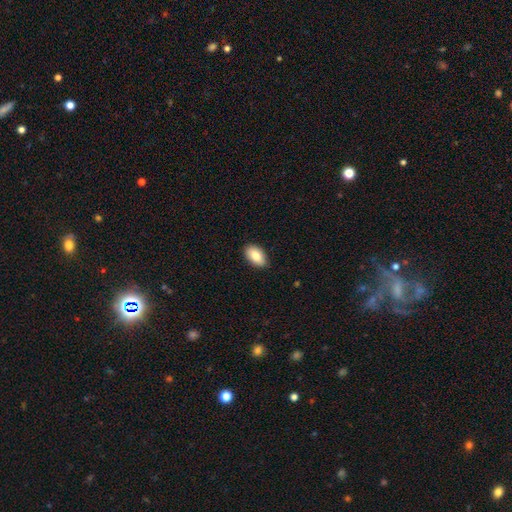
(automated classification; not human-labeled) Smooth or featured? smooth (84%)
How rounded? in between (93%)
Merging? none (87%)